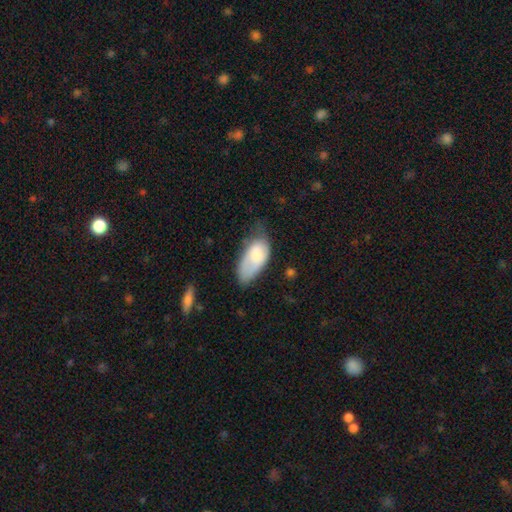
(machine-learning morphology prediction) smooth_or_featured: smooth (p=0.73) [alt: featured or disk p=0.21]
how_rounded: in between (p=0.93) [alt: cigar-shaped p=0.05]
merging: minor disturbance (p=0.41) [alt: none p=0.34]